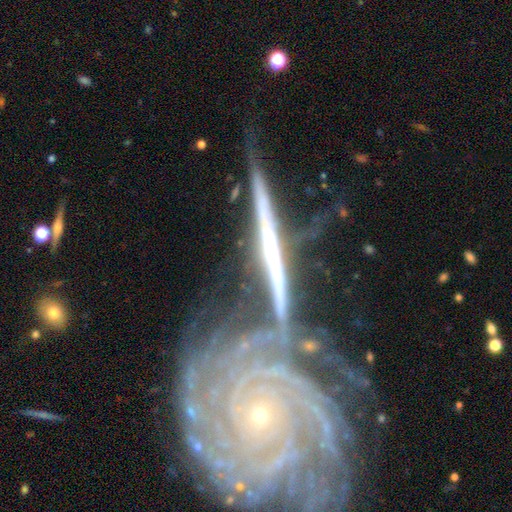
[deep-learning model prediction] smooth-or-featured: featured or disk: 86% | smooth: 8% | star or artifact: 7%
  disk-edge-on: yes: 78% | no: 22%
    edge-on-bulge: none: 54% | rounded: 37% | boxy: 8%
  merging: none: 45% | merger: 26% | minor disturbance: 19% | major disturbance: 11%